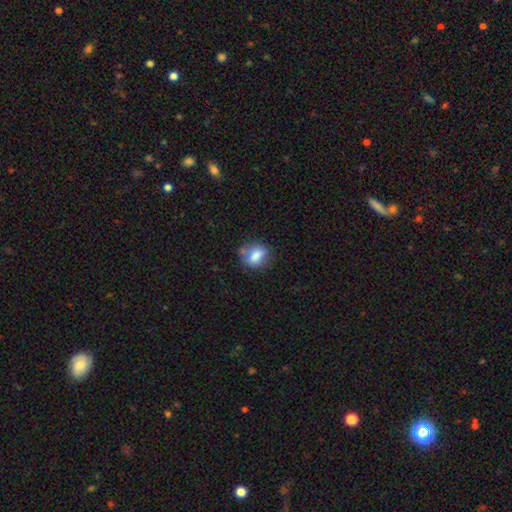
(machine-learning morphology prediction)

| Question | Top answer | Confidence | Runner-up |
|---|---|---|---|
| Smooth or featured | smooth | 77% | featured or disk (14%) |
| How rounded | in between | 61% | round (35%) |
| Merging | none | 64% | minor disturbance (23%) |